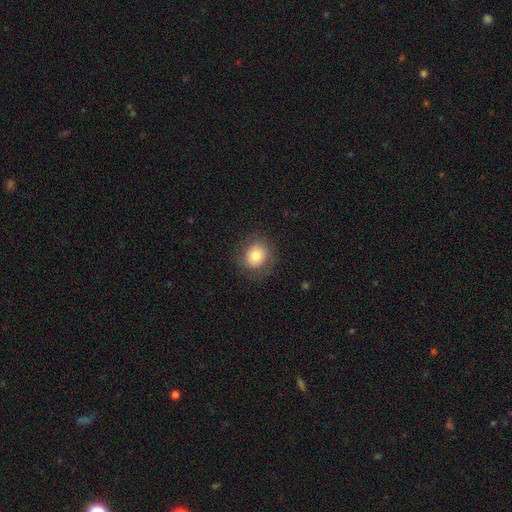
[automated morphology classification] Smooth or featured?
  - smooth: 76% *
  - featured or disk: 15%
  - star or artifact: 10%
How rounded?
  - round: 80% *
  - in between: 19%
  - cigar-shaped: 1%
Merging?
  - none: 82% *
  - minor disturbance: 12%
  - major disturbance: 5%
  - merger: 1%